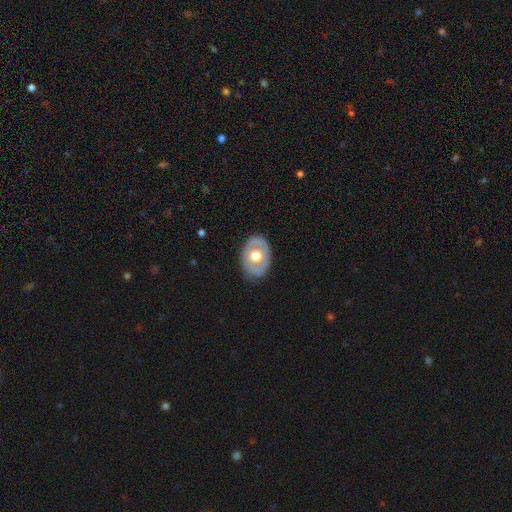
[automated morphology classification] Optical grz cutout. It shows a featured or disk galaxy (52%). Merging: none (78%).